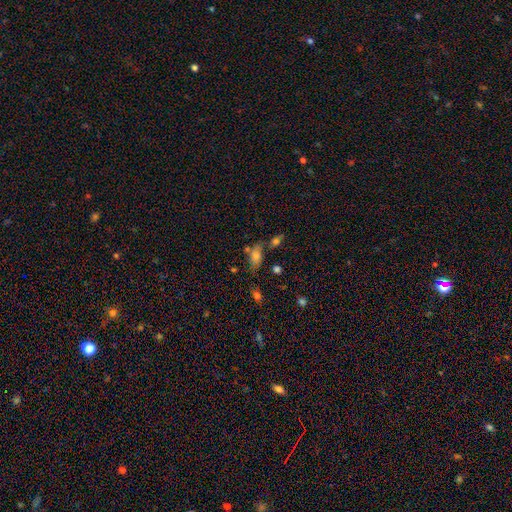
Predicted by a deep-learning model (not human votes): Smooth or featured? smooth (66%)
How rounded? in between (80%)
Merging? none (51%)